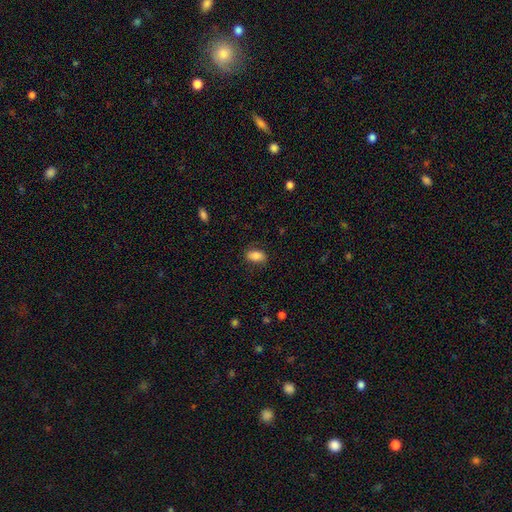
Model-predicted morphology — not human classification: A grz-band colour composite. It shows a smooth galaxy with no disk features (82%) that is in between round and cigar-shaped (89%). Merging: none (79%).